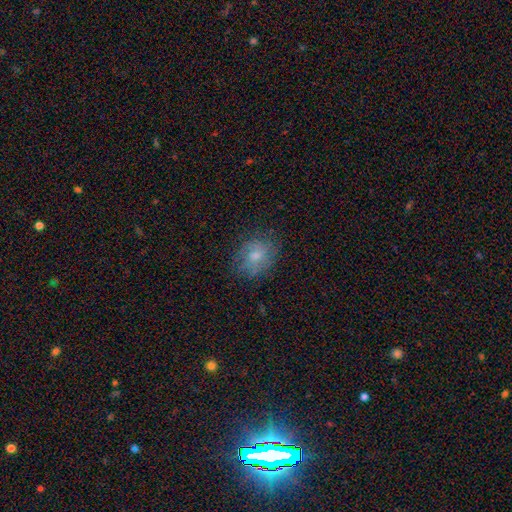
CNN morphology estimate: smooth 63%, featured or disk 27%, star or artifact 10%. Down the decision tree: how rounded — round (55%); merging — none (71%).